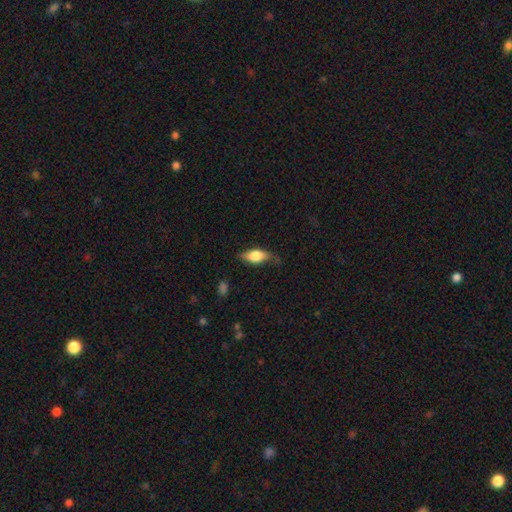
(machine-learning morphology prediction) Smooth or featured: smooth — 62% (featured or disk — 32%)
How rounded: in between — 79% (cigar-shaped — 16%)
Merging: none — 62% (minor disturbance — 27%)